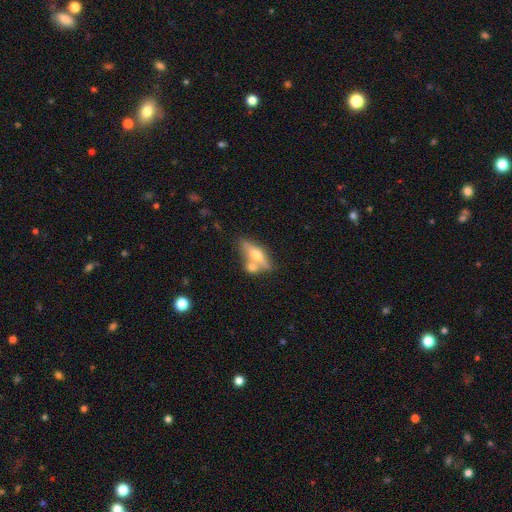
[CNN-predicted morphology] type=smooth (49%); merging=none (43%).